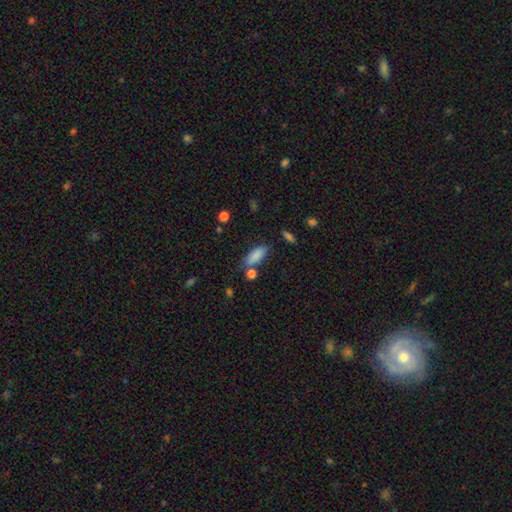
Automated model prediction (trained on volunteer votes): Smooth or featured? Predicted: smooth (p=0.85). How rounded? Predicted: in between (p=0.74). Merging? Predicted: none (p=0.68).